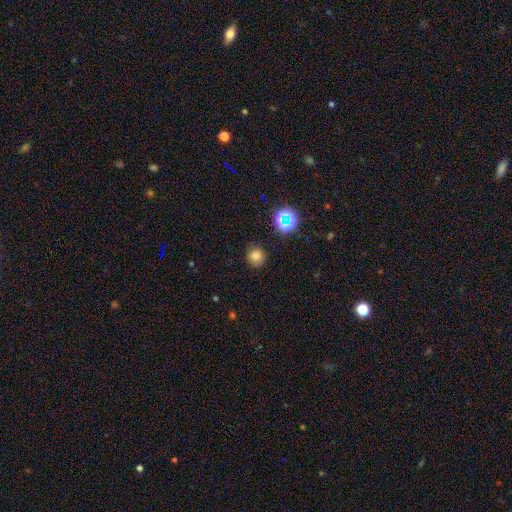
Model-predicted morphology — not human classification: smooth-or-featured: smooth: 75% | star or artifact: 18% | featured or disk: 8%
  how-rounded: round: 90% | in between: 9% | cigar-shaped: 1%
  merging: none: 87% | minor disturbance: 8% | major disturbance: 3% | merger: 2%